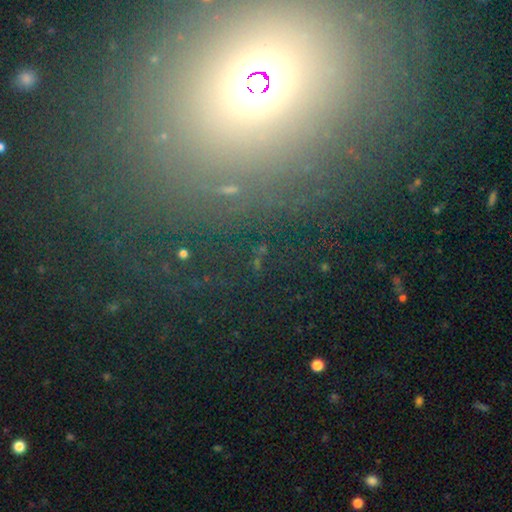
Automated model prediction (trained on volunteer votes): Smooth or featured?
  - star or artifact: 48% *
  - smooth: 33%
  - featured or disk: 19%